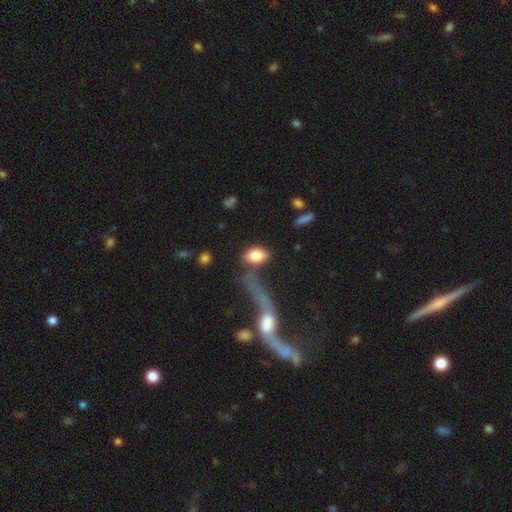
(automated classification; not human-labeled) A smooth galaxy with no disk features (81%) that is in between round and cigar-shaped (88%).

Vote fractions:
- Smooth or featured? smooth: 81% / featured or disk: 12% / star or artifact: 7%
- How rounded? in between: 88% / round: 9% / cigar-shaped: 3%
- Merging? none: 50% / merger: 21% / minor disturbance: 17% / major disturbance: 13%